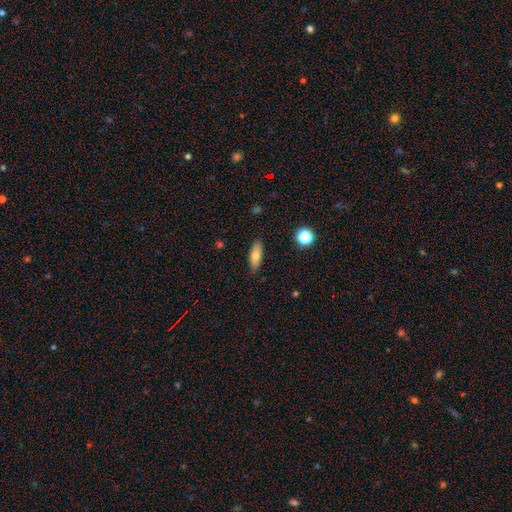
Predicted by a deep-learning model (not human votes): The model was most divided on "how rounded": in between: 66%, cigar-shaped: 31%, round: 3%. More confident: merging — none (86%); smooth or featured — smooth (73%).